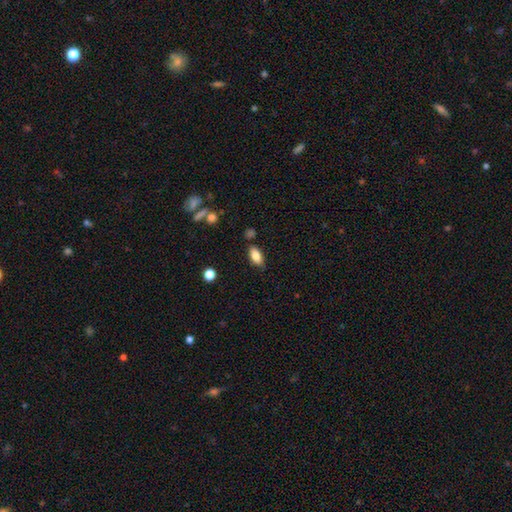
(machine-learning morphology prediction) smooth_or_featured: smooth (p=0.81) [alt: featured or disk p=0.11]
how_rounded: in between (p=0.87) [alt: cigar-shaped p=0.09]
merging: none (p=0.78) [alt: minor disturbance p=0.15]